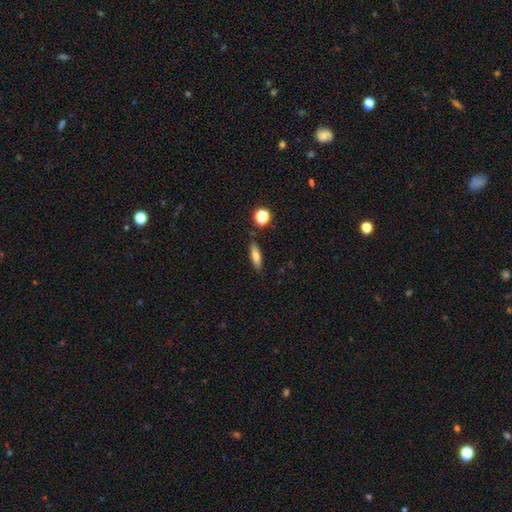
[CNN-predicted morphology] A smooth galaxy with no disk features (71%) that is cigar-shaped (56%).

Vote fractions:
- Smooth or featured? smooth: 71% / featured or disk: 20% / star or artifact: 9%
- How rounded? cigar-shaped: 56% / in between: 40% / round: 4%
- Merging? none: 84% / minor disturbance: 10% / merger: 3% / major disturbance: 3%